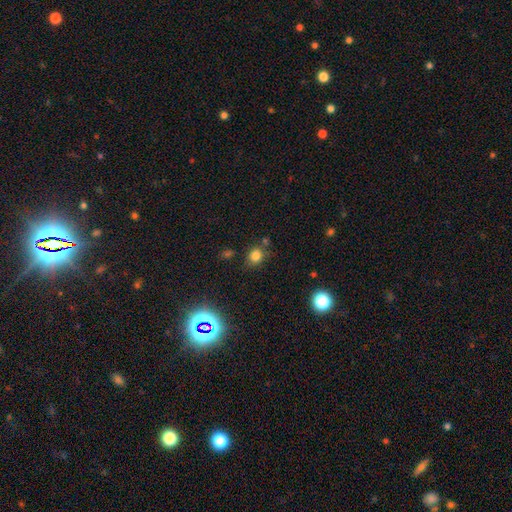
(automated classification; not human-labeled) Smooth or featured: smooth — 77% (star or artifact — 17%)
How rounded: round — 76% (in between — 23%)
Merging: none — 75% (minor disturbance — 13%)